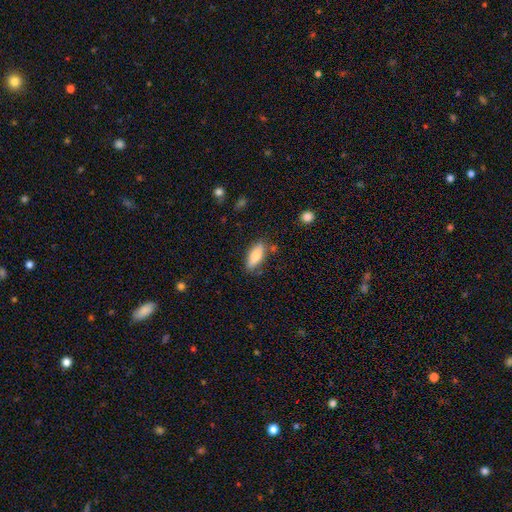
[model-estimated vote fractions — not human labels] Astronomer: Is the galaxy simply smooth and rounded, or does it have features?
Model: smooth — 81%.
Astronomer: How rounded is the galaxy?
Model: in between — 75%.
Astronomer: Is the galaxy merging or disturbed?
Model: none — 80%.